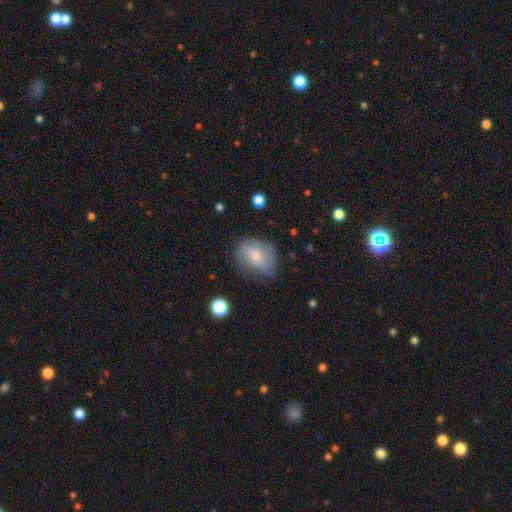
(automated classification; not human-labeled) Smooth or featured: smooth — 60% (featured or disk — 32%)
How rounded: in between — 58% (round — 40%)
Merging: none — 56% (minor disturbance — 29%)